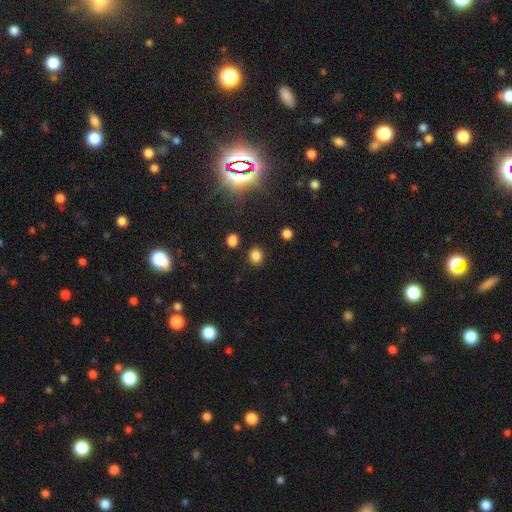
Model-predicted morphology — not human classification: Smooth or featured? Predicted: smooth (p=0.81). How rounded? Predicted: round (p=0.73). Merging? Predicted: none (p=0.85).